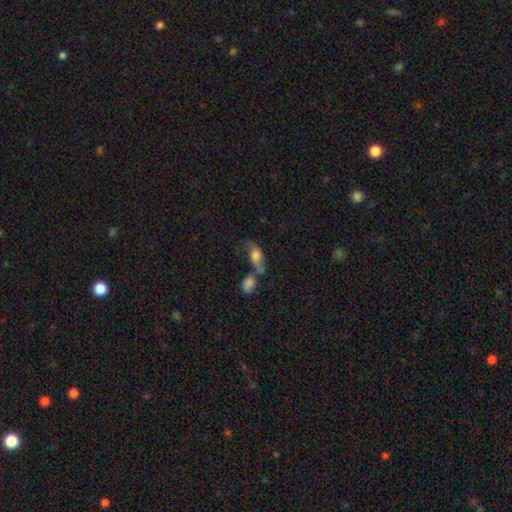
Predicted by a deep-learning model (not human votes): Smooth or featured? smooth (52%)
How rounded? in between (79%)
Merging? merger (46%)